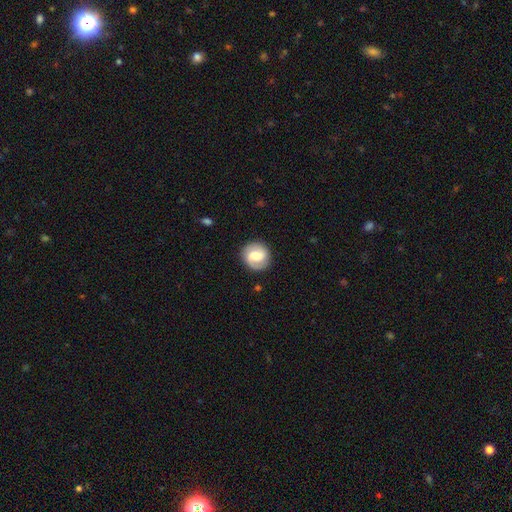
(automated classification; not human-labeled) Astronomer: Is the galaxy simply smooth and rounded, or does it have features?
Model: featured or disk — 63%.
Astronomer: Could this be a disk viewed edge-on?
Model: no — 98%.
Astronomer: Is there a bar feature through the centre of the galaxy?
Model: weak — 53%.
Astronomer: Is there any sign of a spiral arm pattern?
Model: yes — 89%.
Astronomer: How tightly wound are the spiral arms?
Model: medium — 44% (runner-up: tight, 33%).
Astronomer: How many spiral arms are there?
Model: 2 — 85%.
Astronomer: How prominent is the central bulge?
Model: moderate — 55%.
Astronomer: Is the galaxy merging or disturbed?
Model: none — 86%.